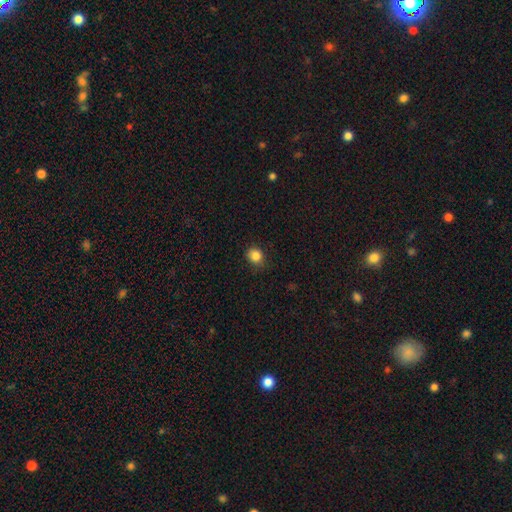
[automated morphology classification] smooth_or_featured: smooth (p=0.85) [alt: star or artifact p=0.11]
how_rounded: round (p=0.80) [alt: in between p=0.19]
merging: none (p=0.86) [alt: minor disturbance p=0.10]